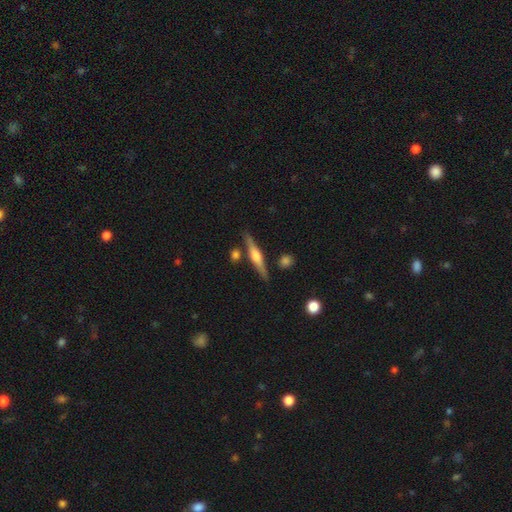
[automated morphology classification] A featured or disk galaxy (70%) viewed edge-on (97%) with a rounded central bulge (82%).

Vote fractions:
- Smooth or featured? featured or disk: 70% / smooth: 25% / star or artifact: 6%
- Edge-on disk? yes: 97% / no: 3%
- Edge-on bulge? rounded: 82% / boxy: 13% / none: 5%
- Merging? none: 84% / minor disturbance: 9% / merger: 5% / major disturbance: 2%